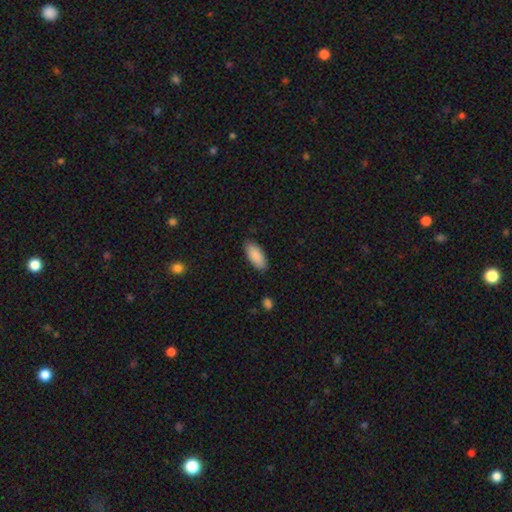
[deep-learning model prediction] Smooth or featured? smooth (89%)
How rounded? in between (85%)
Merging? none (86%)